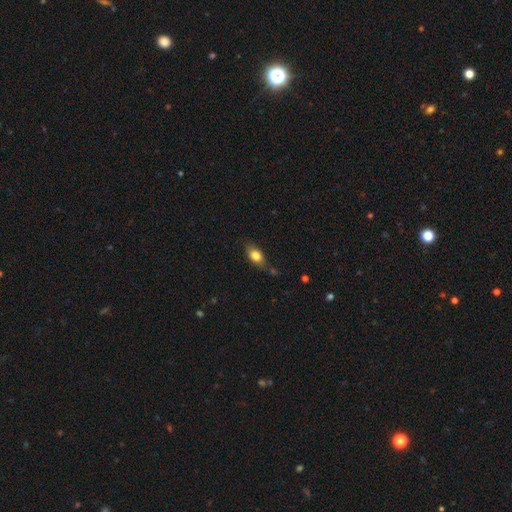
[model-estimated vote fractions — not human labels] This is likely a smooth galaxy (79%). How rounded: clearly in between (81%). Merging: likely none (68%).